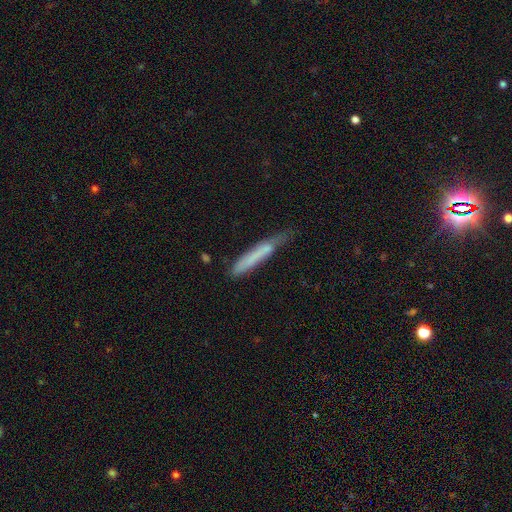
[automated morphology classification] smooth_or_featured: smooth (p=0.65) [alt: featured or disk p=0.27]
how_rounded: cigar-shaped (p=0.95) [alt: in between p=0.04]
merging: none (p=0.60) [alt: minor disturbance p=0.28]